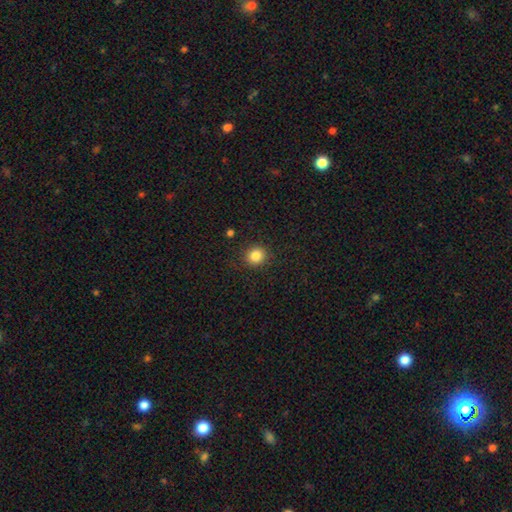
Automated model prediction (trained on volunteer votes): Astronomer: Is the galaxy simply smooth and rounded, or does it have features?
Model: smooth — 84%.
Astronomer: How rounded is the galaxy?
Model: round — 89%.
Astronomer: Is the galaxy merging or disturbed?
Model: none — 89%.